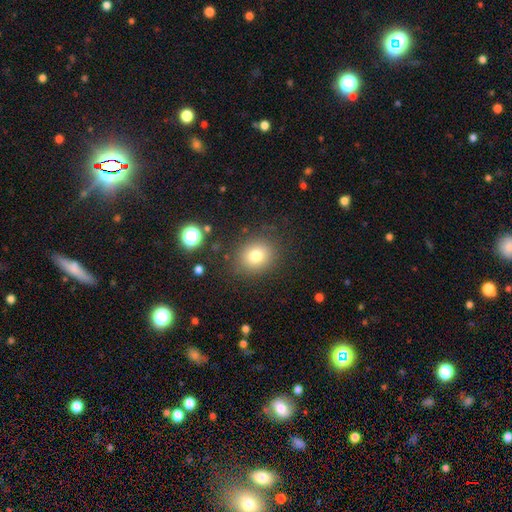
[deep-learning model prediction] Morphology: type=smooth (78%); roundness=round (73%); merging=none (85%).